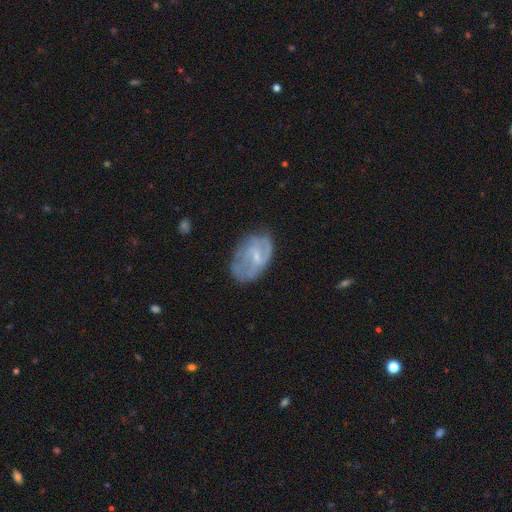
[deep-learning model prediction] A featured or disk galaxy (66%) with a weak bar (55%), spiral arms (70%) and a small central bulge (60%).

Vote fractions:
- Smooth or featured? featured or disk: 66% / smooth: 27% / star or artifact: 7%
- Edge-on disk? no: 96% / yes: 4%
- Bar? weak: 55% / no: 28% / strong: 17%
- Spiral arms? yes: 70% / no: 30%
- Bulge size? small: 60% / moderate: 24% / none: 14% / large: 1% / dominant: 1%
- Merging? none: 56% / minor disturbance: 27% / major disturbance: 15% / merger: 2%